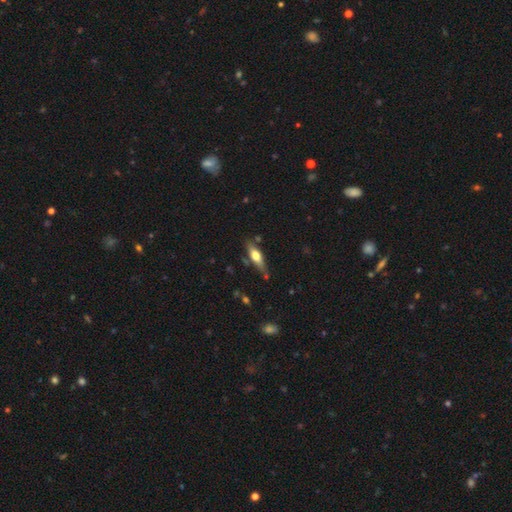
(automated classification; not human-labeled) This is possibly a smooth galaxy (52%). How rounded: possibly cigar-shaped (54%). Merging: likely none (71%).